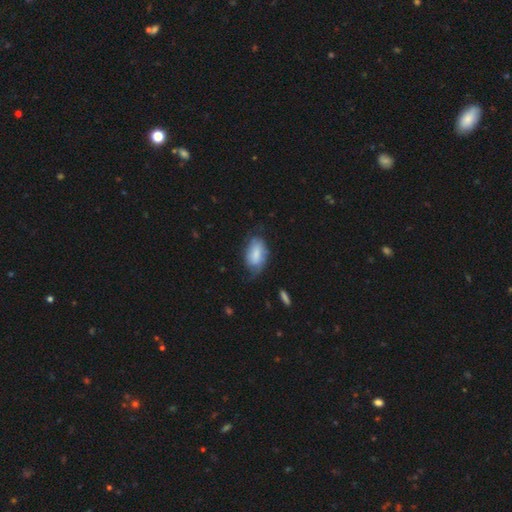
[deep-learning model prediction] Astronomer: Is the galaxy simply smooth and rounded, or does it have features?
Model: smooth — 69%.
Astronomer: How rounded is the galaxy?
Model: in between — 93%.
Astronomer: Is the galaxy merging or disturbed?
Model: none — 52% (runner-up: minor disturbance, 32%).